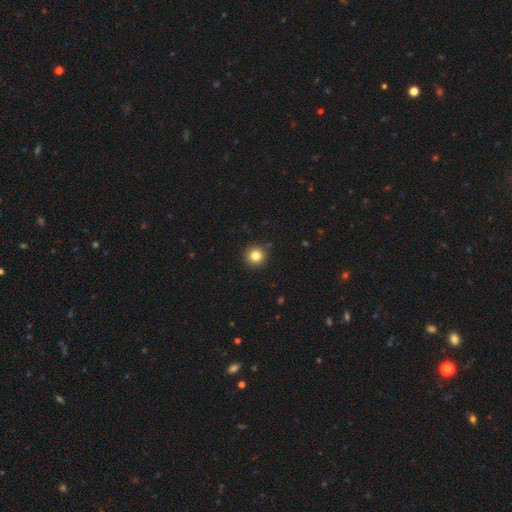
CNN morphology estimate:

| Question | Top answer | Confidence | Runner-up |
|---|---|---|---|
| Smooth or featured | smooth | 82% | star or artifact (11%) |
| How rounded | round | 95% | in between (4%) |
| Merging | none | 91% | minor disturbance (6%) |